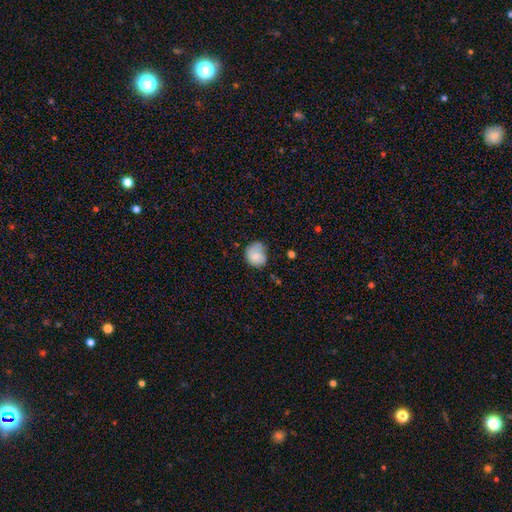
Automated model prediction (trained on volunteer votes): Smooth or featured? Predicted: smooth (p=0.75). How rounded? Predicted: round (p=0.68). Merging? Predicted: none (p=0.46).